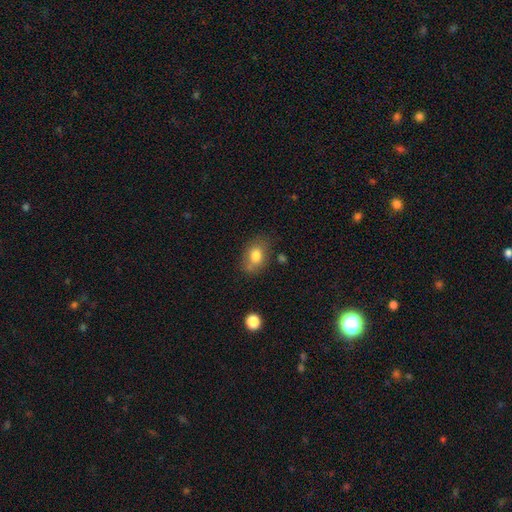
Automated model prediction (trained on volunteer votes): smooth_or_featured: smooth (p=0.79) [alt: featured or disk p=0.12]
how_rounded: in between (p=0.76) [alt: round p=0.22]
merging: none (p=0.65) [alt: minor disturbance p=0.21]